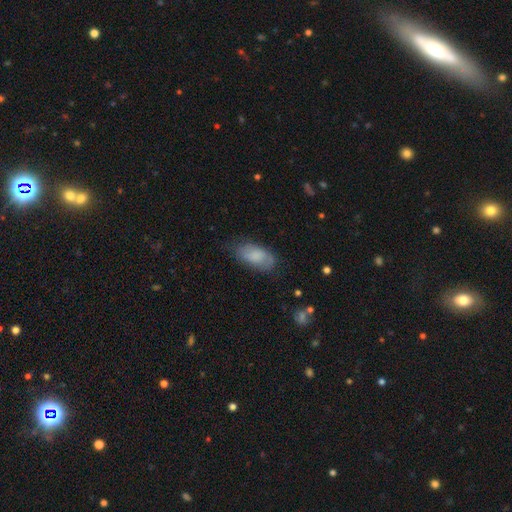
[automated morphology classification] A smooth galaxy with no disk features (75%) that is in between round and cigar-shaped (91%). Merging: none (66%).